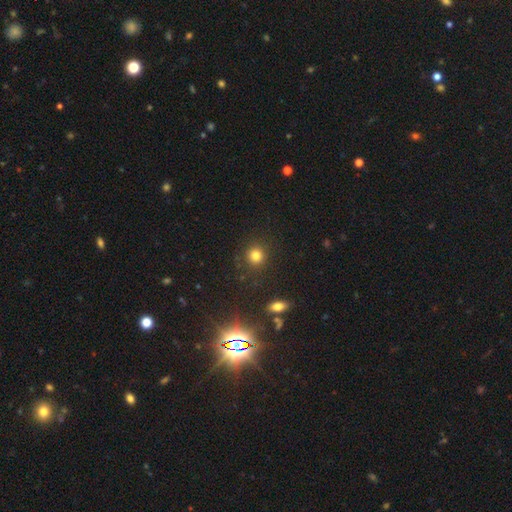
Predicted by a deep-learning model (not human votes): A smooth galaxy with no disk features (80%) that is round (90%).

Vote fractions:
- Smooth or featured? smooth: 80% / star or artifact: 14% / featured or disk: 6%
- How rounded? round: 90% / in between: 8% / cigar-shaped: 1%
- Merging? none: 86% / minor disturbance: 8% / major disturbance: 3% / merger: 2%